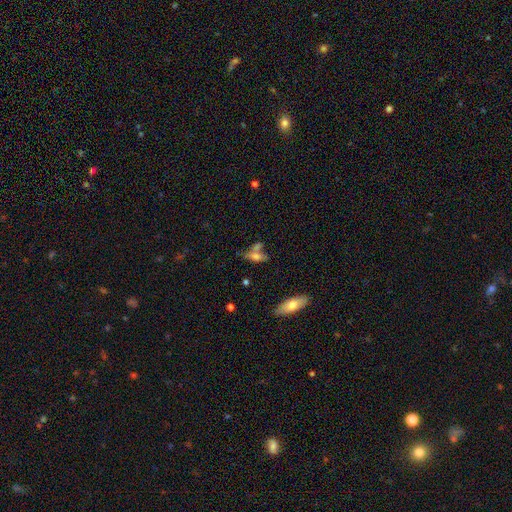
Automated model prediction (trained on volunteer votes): Morphology: type=smooth (63%); roundness=in between (70%); merging=none (42%).